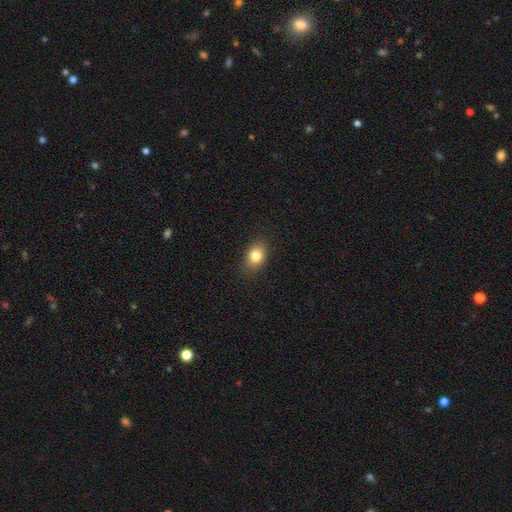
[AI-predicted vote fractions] The model was most divided on "how rounded": in between: 65%, round: 33%, cigar-shaped: 2%. More confident: merging — none (85%); smooth or featured — smooth (81%).